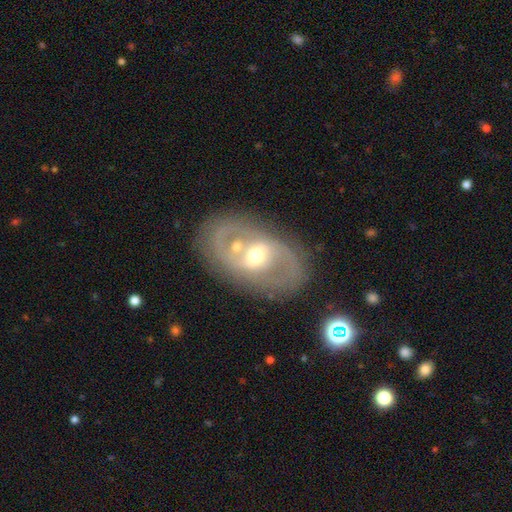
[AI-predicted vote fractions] Smooth or featured: featured or disk — 75% (smooth — 18%)
Edge-on disk: no — 94% (yes — 6%)
Bar: no — 45% (weak — 35%)
Spiral arms: yes — 61% (no — 39%)
Bulge size: moderate — 67% (small — 26%)
Merging: none — 70% (minor disturbance — 13%)